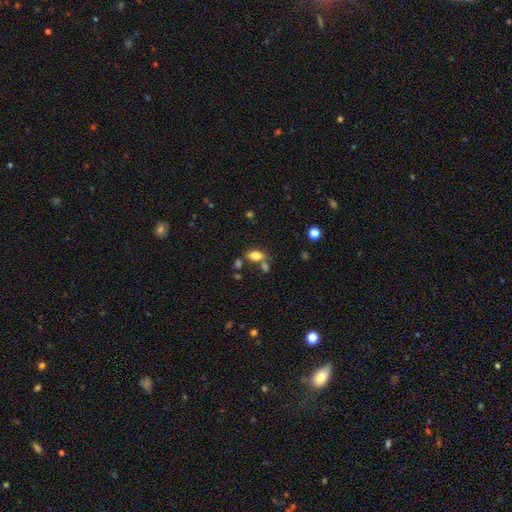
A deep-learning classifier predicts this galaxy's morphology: Smooth or featured? Predicted: smooth (p=0.80). How rounded? Predicted: in between (p=0.89). Merging? Predicted: none (p=0.57).